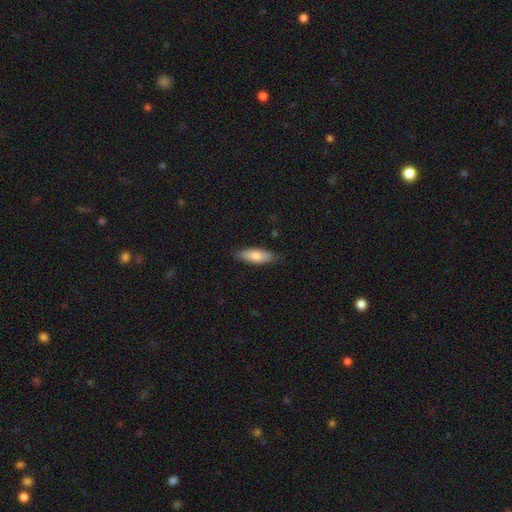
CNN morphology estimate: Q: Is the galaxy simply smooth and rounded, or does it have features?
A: smooth — 79%.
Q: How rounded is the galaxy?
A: in between — 64%.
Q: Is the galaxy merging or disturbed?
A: none — 83%.